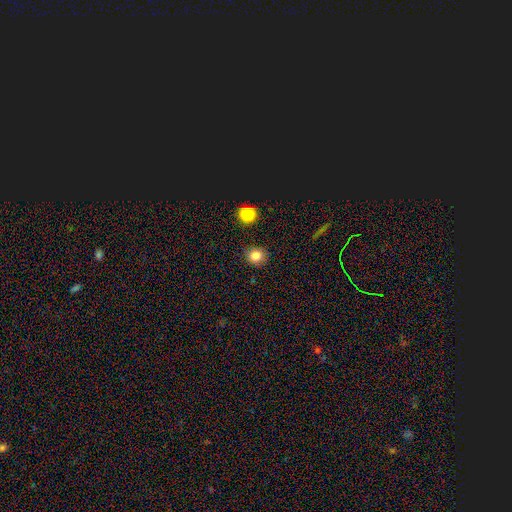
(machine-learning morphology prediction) Smooth or featured? smooth (82%)
How rounded? round (81%)
Merging? none (88%)